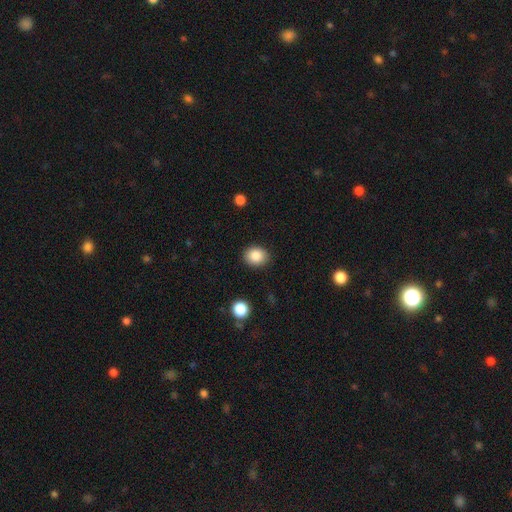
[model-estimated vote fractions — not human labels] Morphology: type=smooth (86%); roundness=round (63%); merging=none (88%).